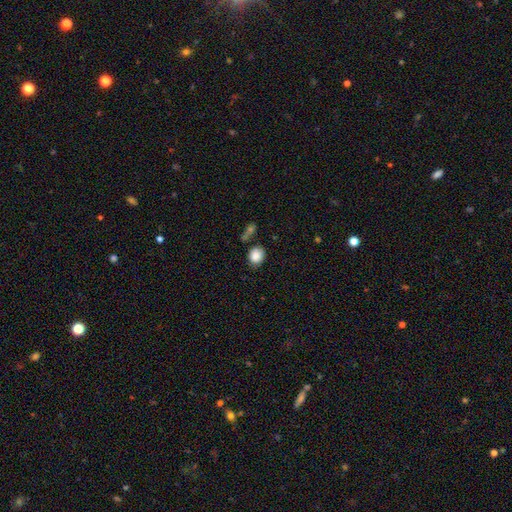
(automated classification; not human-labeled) This appears to be a smooth galaxy with no disk features (86%) that is round (66%). Merging: none (72%).